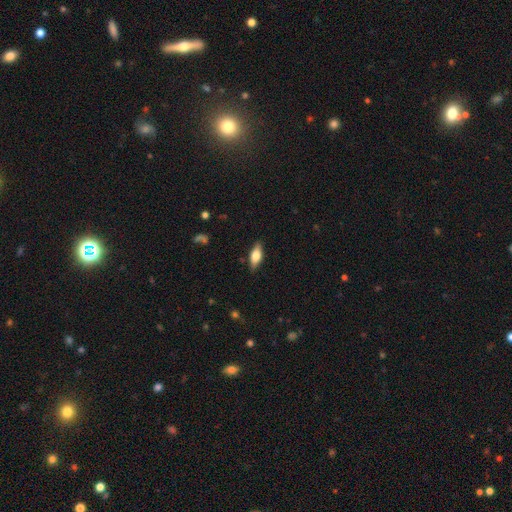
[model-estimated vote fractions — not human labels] smooth-or-featured: smooth: 62% | featured or disk: 31% | star or artifact: 7%
  how-rounded: in between: 72% | cigar-shaped: 24% | round: 3%
  merging: none: 85% | minor disturbance: 12% | major disturbance: 2% | merger: 1%